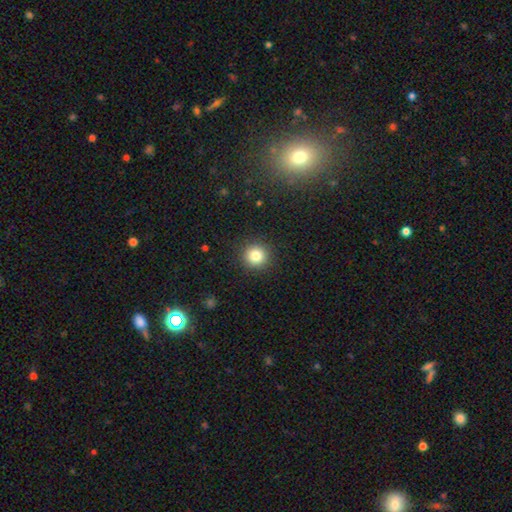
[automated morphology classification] Smooth or featured? Predicted: smooth (p=0.83). How rounded? Predicted: round (p=0.94). Merging? Predicted: none (p=0.91).